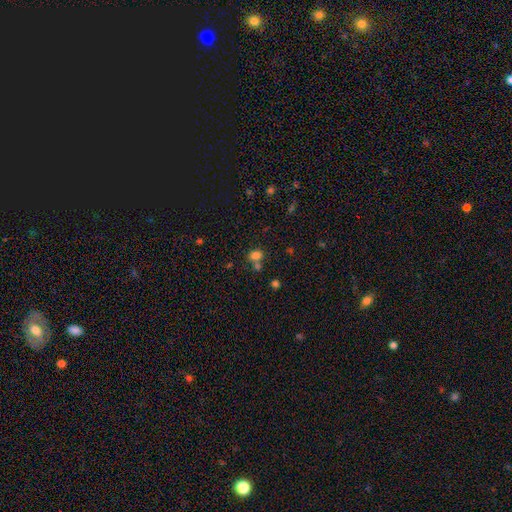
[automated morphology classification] This appears to be a smooth galaxy with no disk features (75%) that is in between round and cigar-shaped (61%). Merging: none (52%).